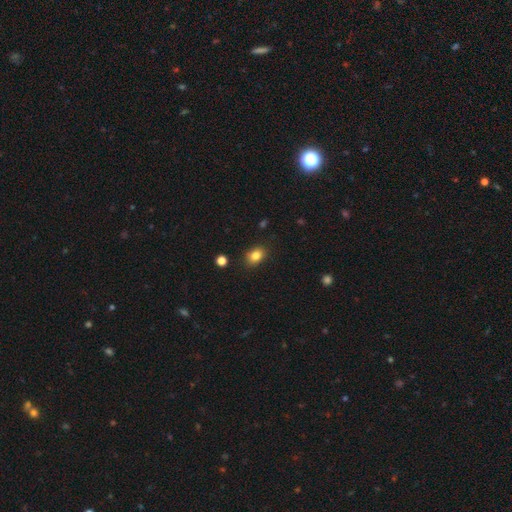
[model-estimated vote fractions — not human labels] This appears to be a smooth galaxy with no disk features (83%) that is in between round and cigar-shaped (66%). Merging: none (86%).